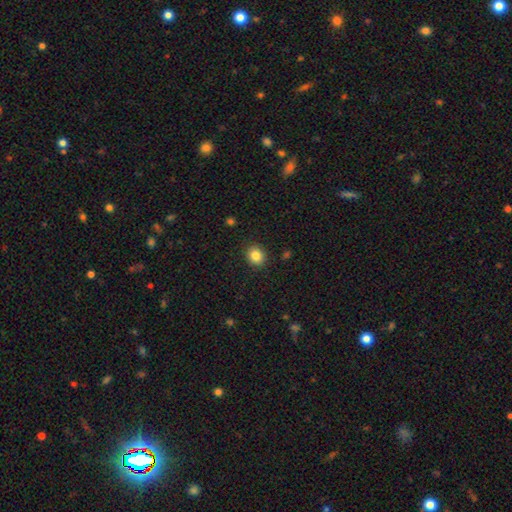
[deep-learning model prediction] Smooth or featured?
  - smooth: 85% *
  - star or artifact: 10%
  - featured or disk: 5%
How rounded?
  - round: 71% *
  - in between: 29%
  - cigar-shaped: 1%
Merging?
  - none: 90% *
  - minor disturbance: 7%
  - major disturbance: 2%
  - merger: 1%